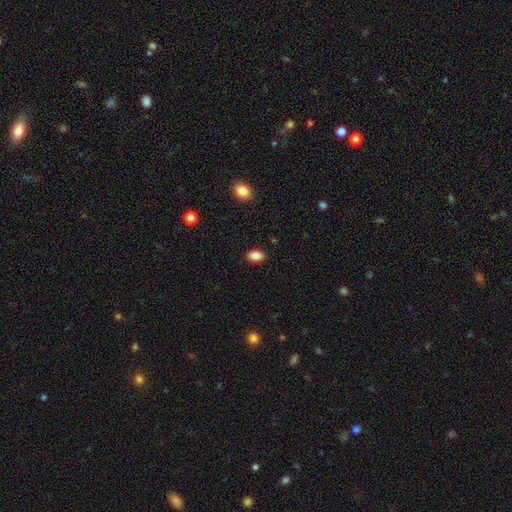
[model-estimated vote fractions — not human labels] smooth-or-featured: smooth: 85% | star or artifact: 9% | featured or disk: 6%
  how-rounded: in between: 85% | round: 13% | cigar-shaped: 2%
  merging: none: 88% | minor disturbance: 9% | major disturbance: 2% | merger: 1%